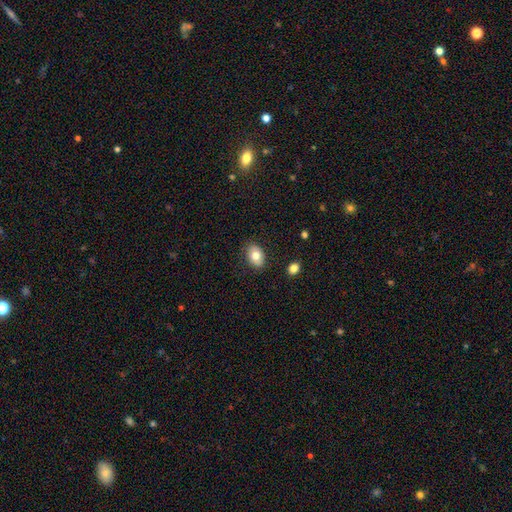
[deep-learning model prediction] Morphology: type=smooth (76%); roundness=in between (78%); merging=none (85%).